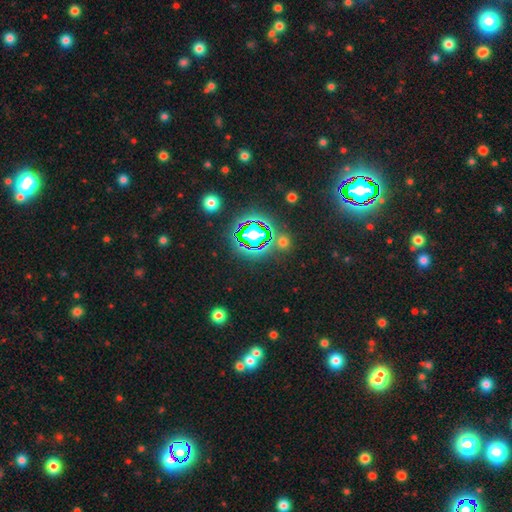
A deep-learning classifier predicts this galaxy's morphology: smooth_or_featured: star or artifact (p=0.80) [alt: smooth p=0.12]